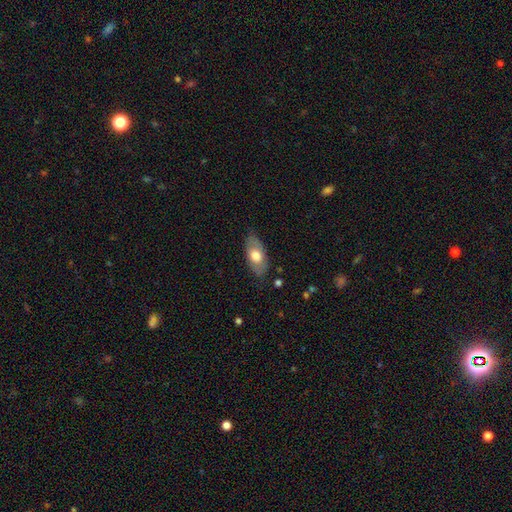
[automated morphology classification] This is likely a smooth galaxy (65%). How rounded: clearly in between (91%). Merging: likely none (77%).